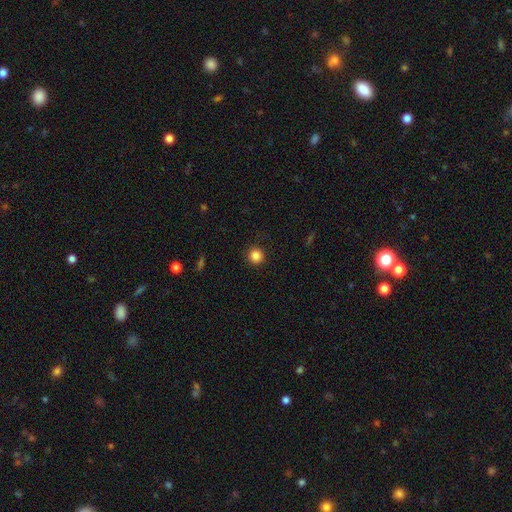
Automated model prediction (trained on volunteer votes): A smooth galaxy with no disk features (85%) that is round (95%).

Vote fractions:
- Smooth or featured? smooth: 85% / star or artifact: 11% / featured or disk: 4%
- How rounded? round: 95% / in between: 4% / cigar-shaped: 1%
- Merging? none: 91% / minor disturbance: 6% / major disturbance: 2% / merger: 1%